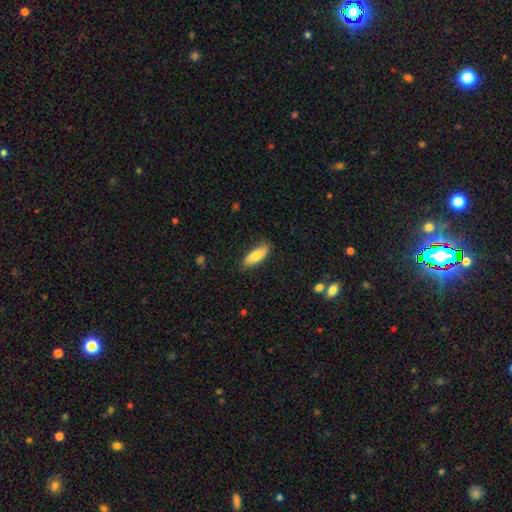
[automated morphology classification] Overall: smooth (79%). How rounded: in between (69%). Merging: none (77%).